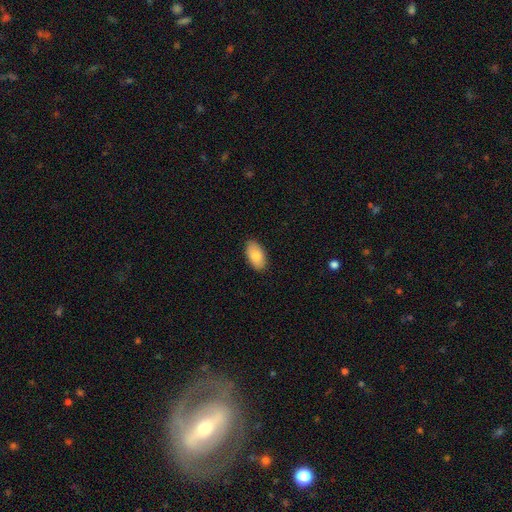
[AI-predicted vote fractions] Q: Smooth or featured?
A: smooth (85%); runner-up: featured or disk (9%)
Q: How rounded?
A: in between (95%); runner-up: round (3%)
Q: Merging?
A: none (87%); runner-up: minor disturbance (10%)